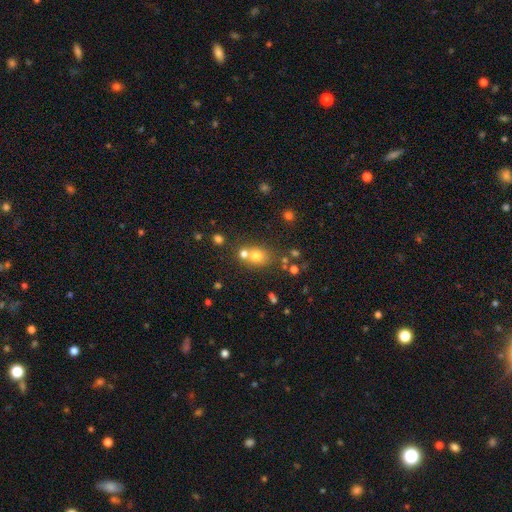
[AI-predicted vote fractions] A smooth galaxy with no disk features (71%) that is round (65%). Merging: none (49%).